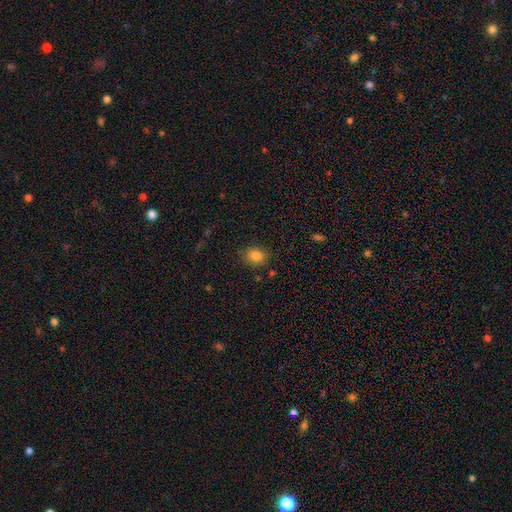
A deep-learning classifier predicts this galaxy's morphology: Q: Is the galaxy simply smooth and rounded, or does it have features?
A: smooth — 84%.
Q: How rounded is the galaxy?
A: round — 56%.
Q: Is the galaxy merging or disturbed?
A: none — 84%.